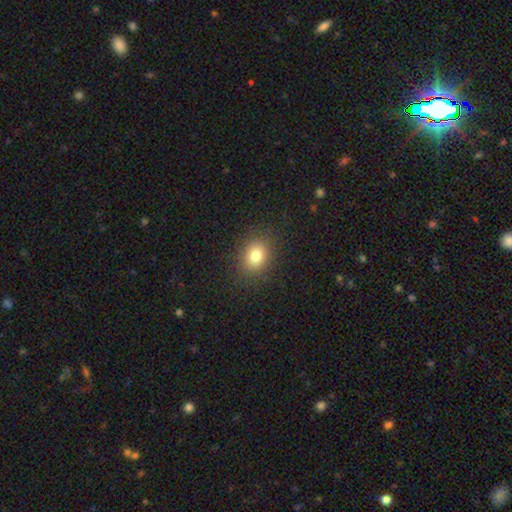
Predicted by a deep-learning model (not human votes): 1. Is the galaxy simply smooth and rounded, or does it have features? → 81% smooth, 12% star or artifact, 8% featured or disk.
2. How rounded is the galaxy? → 56% in between, 43% round, 1% cigar-shaped.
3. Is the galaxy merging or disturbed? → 87% none, 9% minor disturbance, 3% major disturbance, 1% merger.